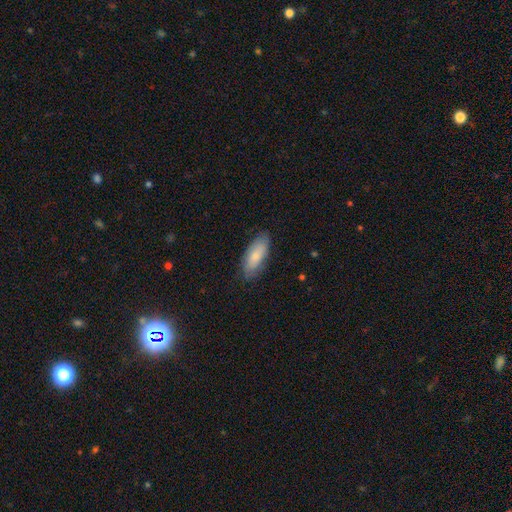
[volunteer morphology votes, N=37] type=smooth (76%); roundness=in between (79%); merging=none (61%).